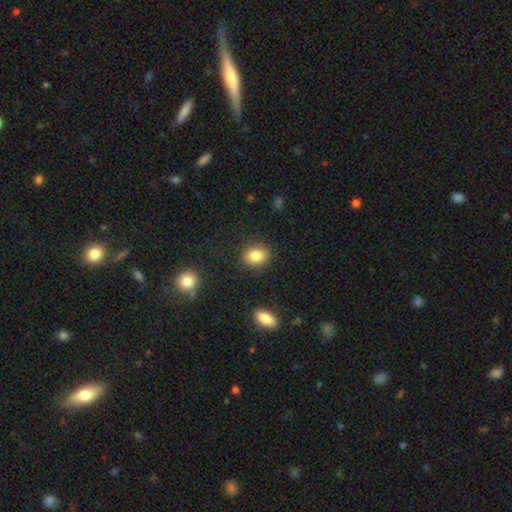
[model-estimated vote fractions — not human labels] Overall: smooth (85%). How rounded: in between (58%; round 41%). Merging: none (87%).